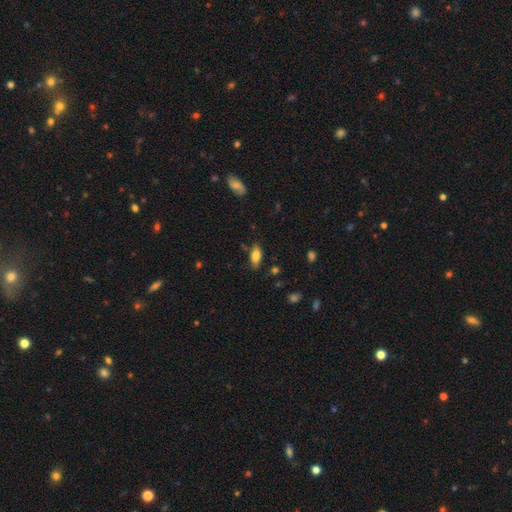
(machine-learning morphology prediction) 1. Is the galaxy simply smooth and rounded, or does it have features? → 77% smooth, 16% featured or disk, 7% star or artifact.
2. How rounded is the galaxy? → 82% in between, 15% cigar-shaped, 3% round.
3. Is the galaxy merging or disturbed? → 81% none, 14% minor disturbance, 3% major disturbance, 2% merger.